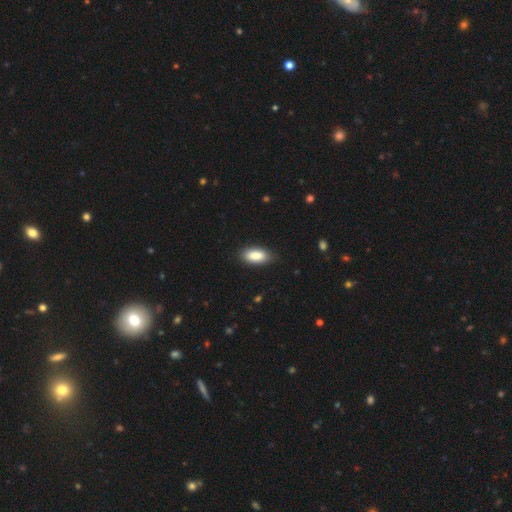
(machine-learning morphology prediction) Overall: smooth (87%). How rounded: in between (89%). Merging: none (85%).